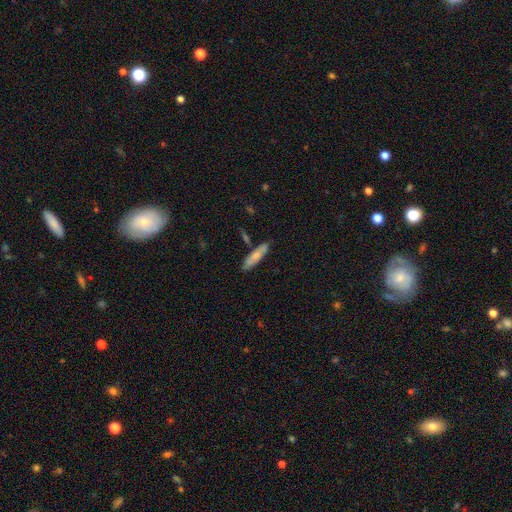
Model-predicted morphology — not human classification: type=smooth (69%); roundness=cigar-shaped (67%); merging=none (78%).